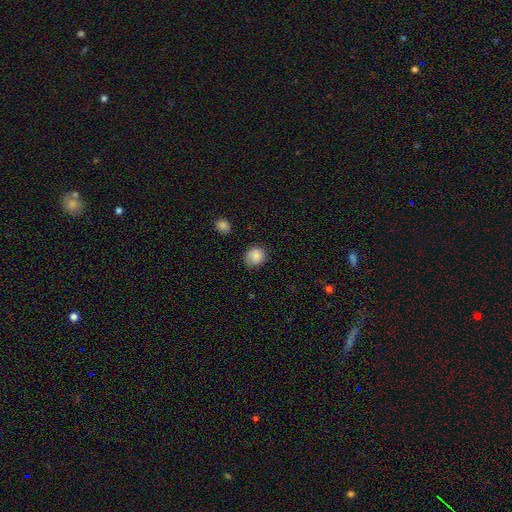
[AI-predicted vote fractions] smooth_or_featured: smooth (p=0.87) [alt: star or artifact p=0.09]
how_rounded: round (p=0.80) [alt: in between p=0.19]
merging: none (p=0.81) [alt: minor disturbance p=0.14]